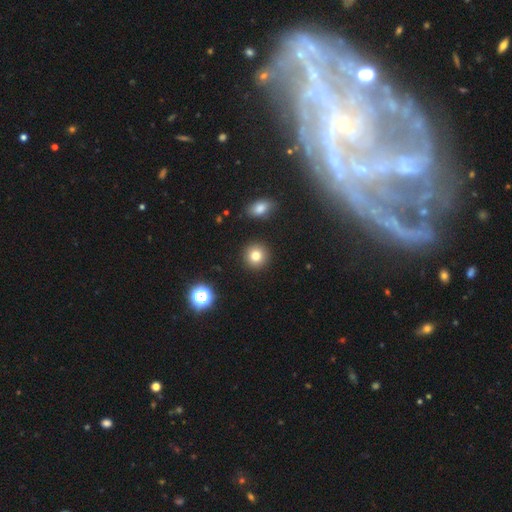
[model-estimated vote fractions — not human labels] The model was most divided on "smooth or featured": smooth: 80%, star or artifact: 12%, featured or disk: 8%. More confident: how rounded — round (92%); merging — none (91%).